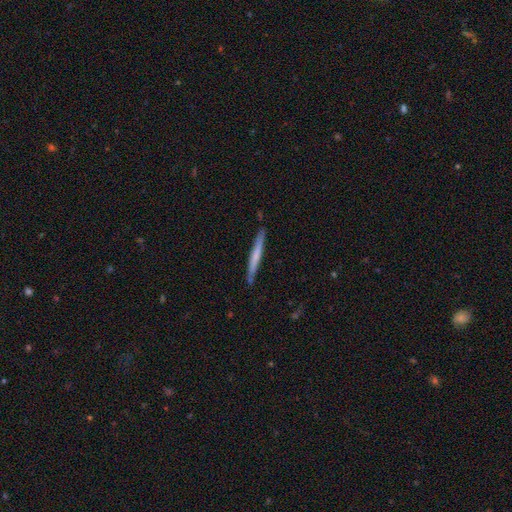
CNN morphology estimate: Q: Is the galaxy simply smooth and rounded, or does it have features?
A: smooth — 56%.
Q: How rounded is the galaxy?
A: cigar-shaped — 97%.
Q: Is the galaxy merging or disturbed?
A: none — 87%.